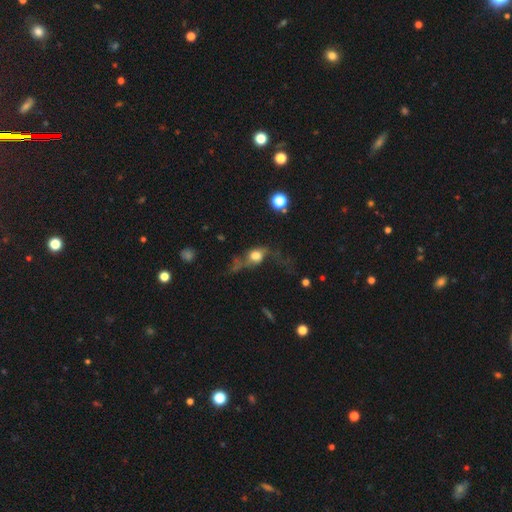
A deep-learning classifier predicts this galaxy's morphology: Smooth or featured: smooth — 47% (featured or disk — 40%)
Merging: major disturbance — 39% (none — 35%)